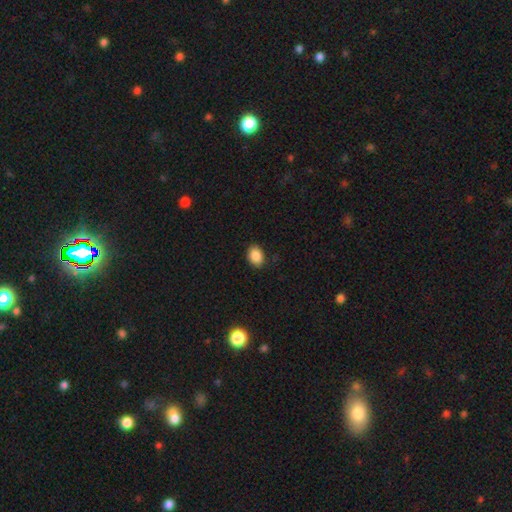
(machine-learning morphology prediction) Smooth or featured? Predicted: smooth (p=0.88). How rounded? Predicted: in between (p=0.75). Merging? Predicted: none (p=0.87).